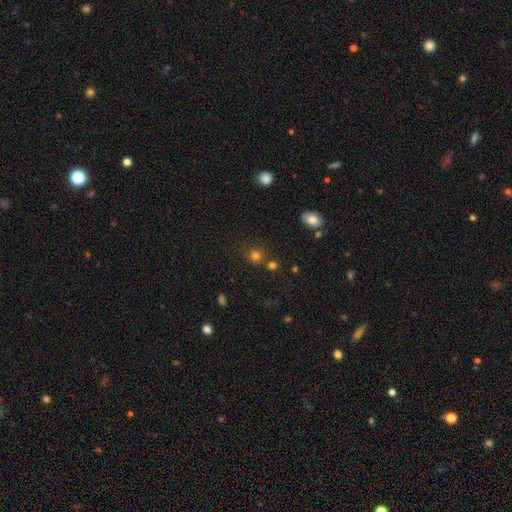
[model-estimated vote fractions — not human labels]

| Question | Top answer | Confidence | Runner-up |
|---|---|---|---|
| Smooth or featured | smooth | 74% | star or artifact (19%) |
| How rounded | round | 89% | in between (10%) |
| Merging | none | 75% | merger (13%) |